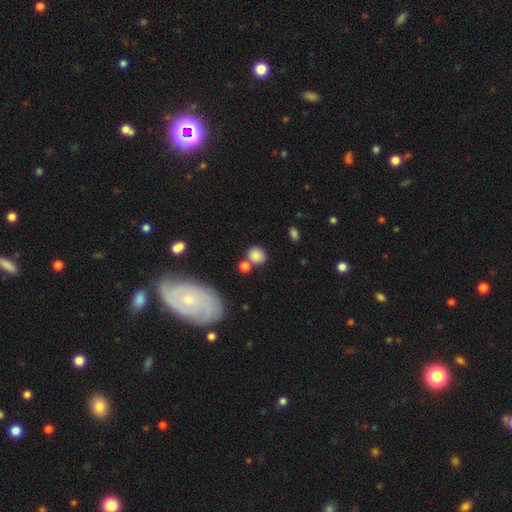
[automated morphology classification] This is clearly a smooth galaxy (82%). How rounded: likely round (80%). Merging: likely none (65%).